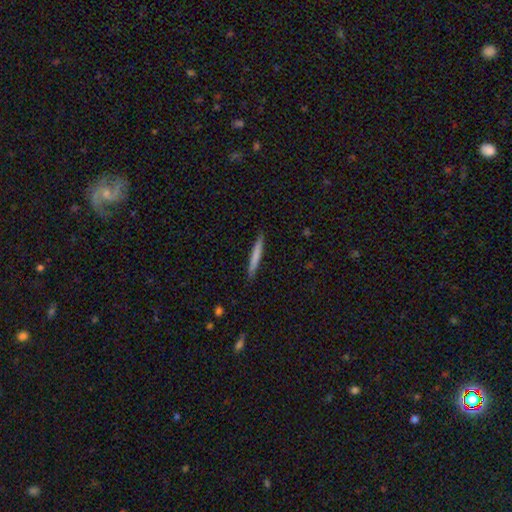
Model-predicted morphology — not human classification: Smooth or featured? smooth (72%)
How rounded? cigar-shaped (96%)
Merging? none (90%)